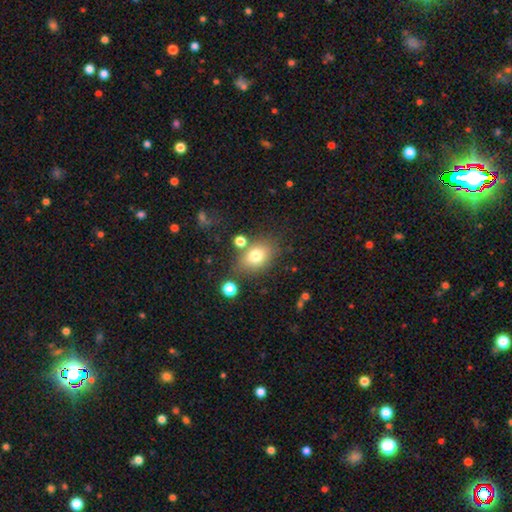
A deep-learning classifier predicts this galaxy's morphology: smooth-or-featured: smooth: 76% | featured or disk: 13% | star or artifact: 11%
  how-rounded: in between: 73% | round: 25% | cigar-shaped: 2%
  merging: none: 71% | minor disturbance: 15% | merger: 9% | major disturbance: 6%